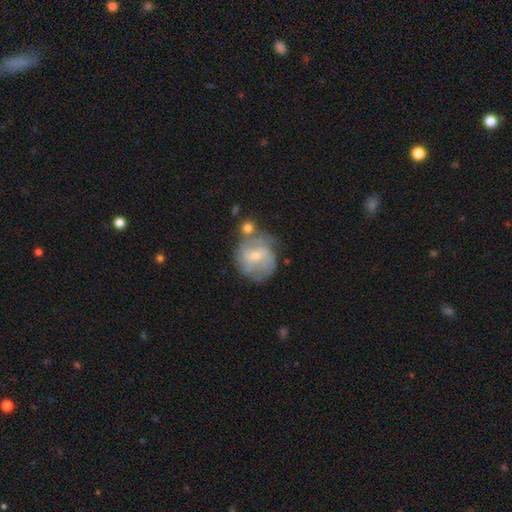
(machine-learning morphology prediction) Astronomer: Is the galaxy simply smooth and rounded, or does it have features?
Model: featured or disk — 66%.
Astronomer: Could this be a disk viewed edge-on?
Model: no — 97%.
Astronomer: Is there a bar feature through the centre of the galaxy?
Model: weak — 46% (runner-up: no, 43%).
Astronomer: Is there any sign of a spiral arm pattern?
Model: yes — 80%.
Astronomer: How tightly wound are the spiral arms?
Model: tight — 41%, tied with medium at 41%.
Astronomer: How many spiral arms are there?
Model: can't tell — 38% (runner-up: 2, 29%).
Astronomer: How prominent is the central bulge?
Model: small — 67%.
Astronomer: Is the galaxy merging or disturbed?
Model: none — 52%.